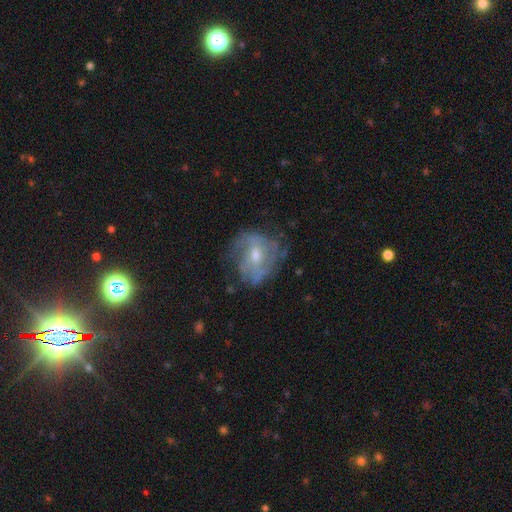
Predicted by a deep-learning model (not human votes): A featured or disk galaxy (73%) with no bar (48%), medium (41%) spiral arms (80%) and a moderate central bulge (53%). Merging: none (58%).